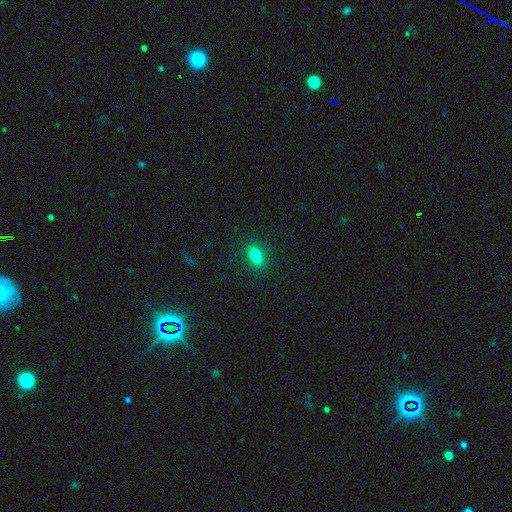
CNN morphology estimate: smooth_or_featured: smooth (p=0.81) [alt: star or artifact p=0.10]
how_rounded: in between (p=0.84) [alt: round p=0.10]
merging: none (p=0.89) [alt: minor disturbance p=0.08]